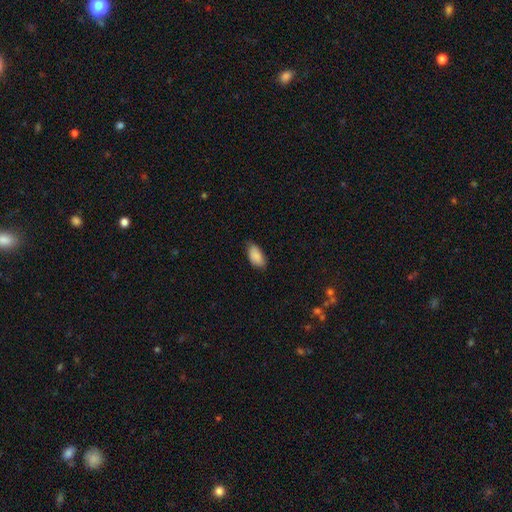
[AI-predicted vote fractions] A smooth galaxy with no disk features (88%) that is in between round and cigar-shaped (94%). Merging: none (73%).